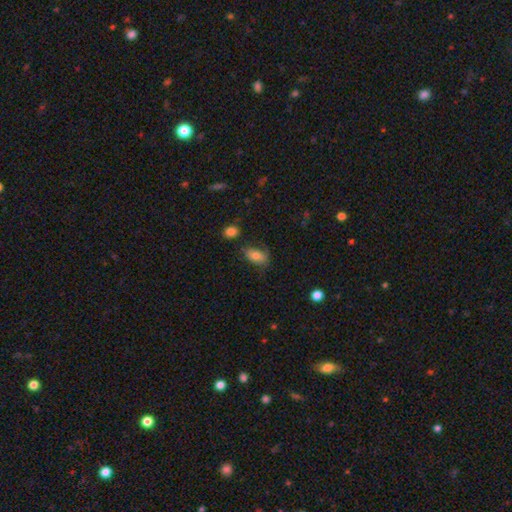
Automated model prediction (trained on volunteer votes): smooth_or_featured: smooth (p=0.76) [alt: featured or disk p=0.15]
how_rounded: in between (p=0.89) [alt: round p=0.07]
merging: none (p=0.61) [alt: minor disturbance p=0.27]